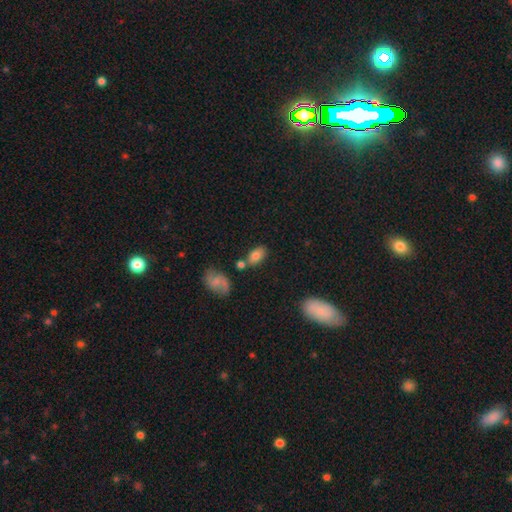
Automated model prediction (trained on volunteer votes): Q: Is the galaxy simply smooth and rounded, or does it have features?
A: smooth — 76%.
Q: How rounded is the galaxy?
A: in between — 89%.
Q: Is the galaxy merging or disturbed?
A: none — 69%.